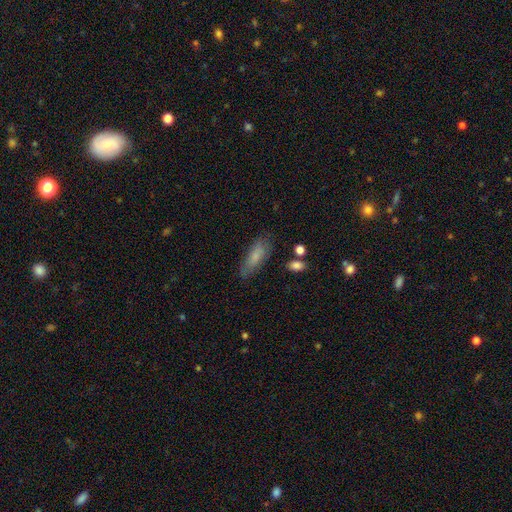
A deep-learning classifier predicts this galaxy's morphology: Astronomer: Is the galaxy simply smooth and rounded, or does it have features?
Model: smooth — 77%.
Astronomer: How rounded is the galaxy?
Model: in between — 63%.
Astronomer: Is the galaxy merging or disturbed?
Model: none — 69%.